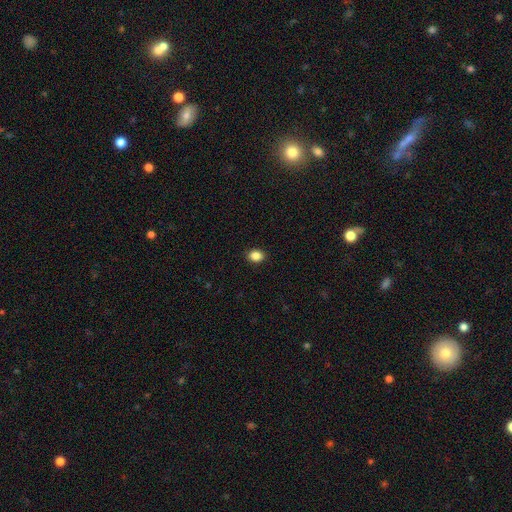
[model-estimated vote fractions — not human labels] smooth_or_featured: smooth (p=0.87) [alt: star or artifact p=0.10]
how_rounded: in between (p=0.57) [alt: round p=0.42]
merging: none (p=0.91) [alt: minor disturbance p=0.06]